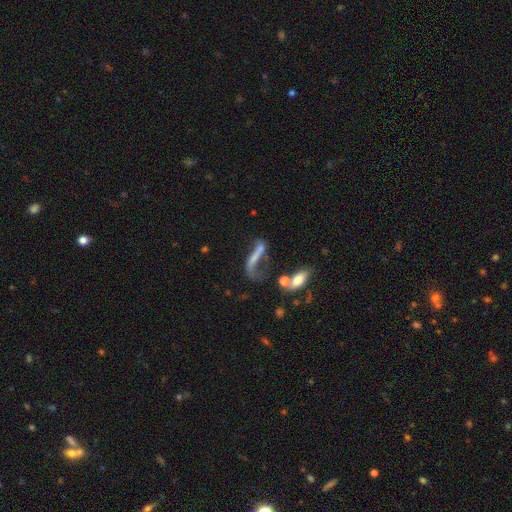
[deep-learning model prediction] The model was most divided on "smooth or featured": featured or disk: 48%, smooth: 38%, star or artifact: 14%. Remaining: merging — major disturbance (40%).